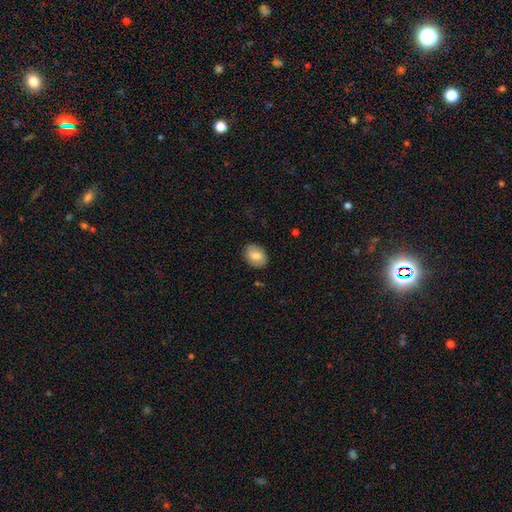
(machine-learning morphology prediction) Smooth or featured? smooth (79%)
How rounded? in between (72%)
Merging? none (85%)